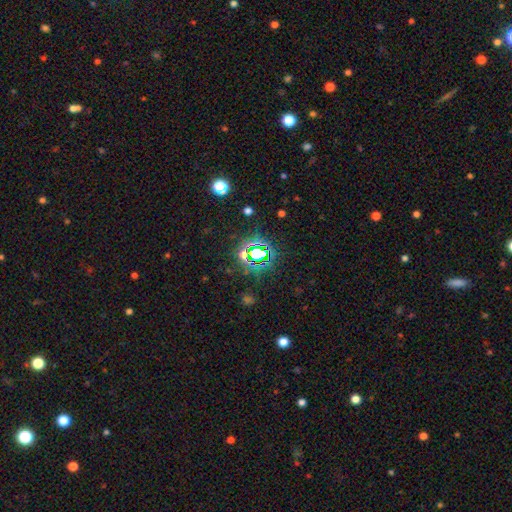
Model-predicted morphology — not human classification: A star or artifact, not a galaxy (73%).

Vote fractions:
- Smooth or featured? star or artifact: 73% / smooth: 18% / featured or disk: 10%